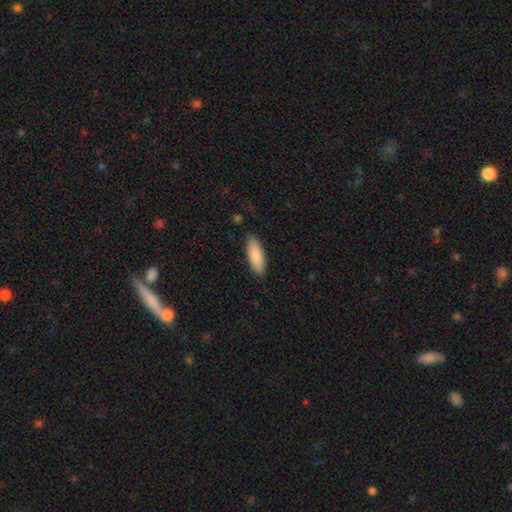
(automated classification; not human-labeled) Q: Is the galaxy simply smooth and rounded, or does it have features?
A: smooth — 86%.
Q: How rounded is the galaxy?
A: in between — 61%.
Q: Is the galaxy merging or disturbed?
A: none — 88%.